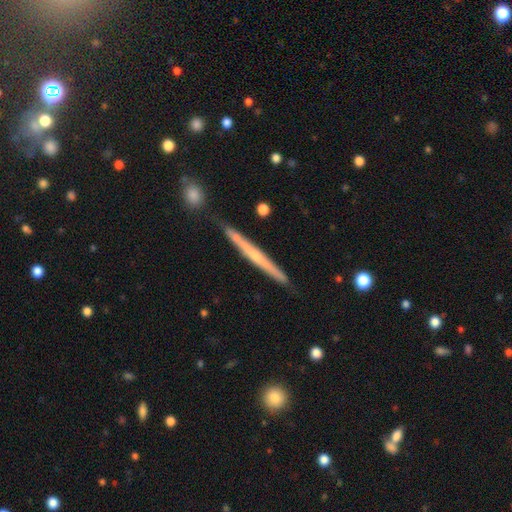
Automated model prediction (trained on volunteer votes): Smooth or featured?
  - featured or disk: 57% *
  - smooth: 38%
  - star or artifact: 6%
Edge-on disk?
  - yes: 96% *
  - no: 4%
Edge-on bulge?
  - none: 65% *
  - rounded: 30%
  - boxy: 6%
Merging?
  - none: 81% *
  - minor disturbance: 13%
  - merger: 5%
  - major disturbance: 2%